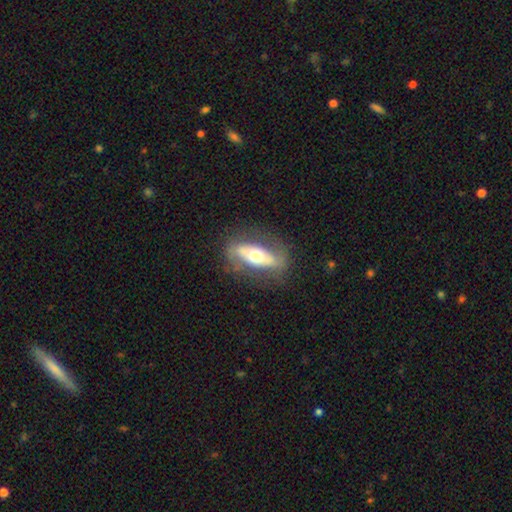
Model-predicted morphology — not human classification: type=featured or disk (52%); edge-on=no (71%); merging=none (76%).